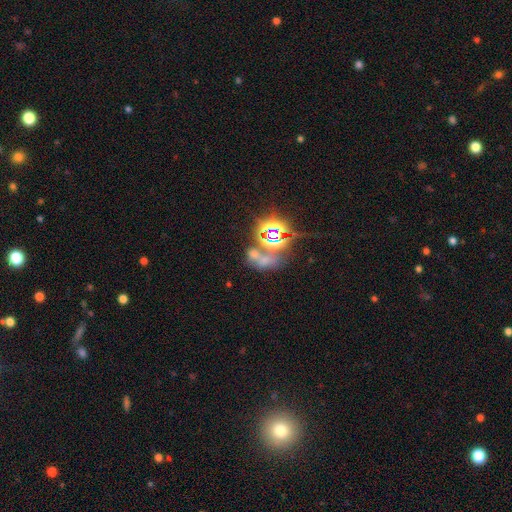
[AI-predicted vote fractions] star or artifact 60%, smooth 21%, featured or disk 20%.